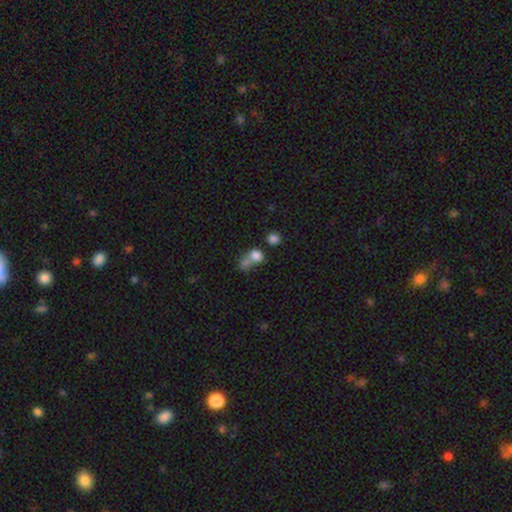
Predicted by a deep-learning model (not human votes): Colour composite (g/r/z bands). It shows a smooth galaxy with no disk features (76%) that is round (62%). Merging: merger (56%).